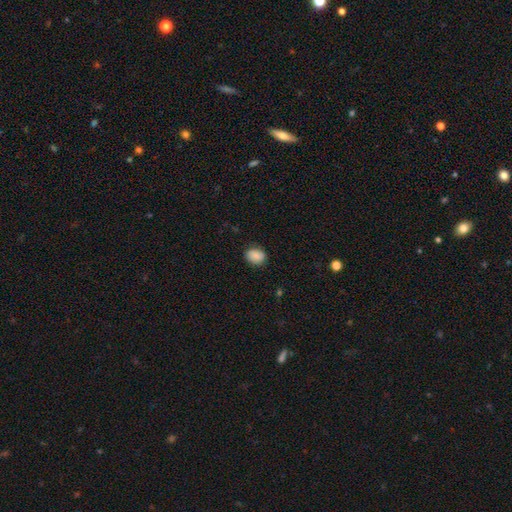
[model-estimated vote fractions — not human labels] A smooth galaxy with no disk features (85%) that is in between round and cigar-shaped (62%). Merging: none (82%).